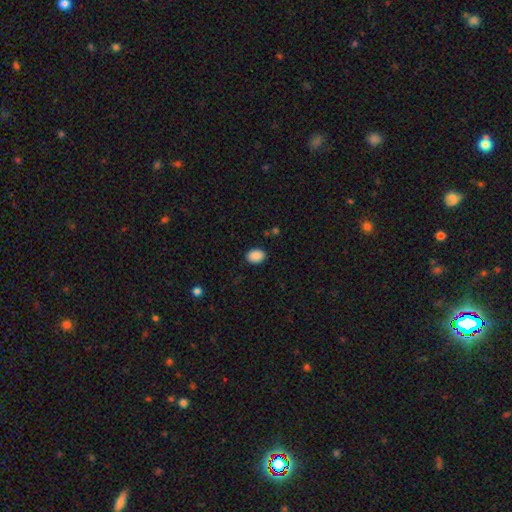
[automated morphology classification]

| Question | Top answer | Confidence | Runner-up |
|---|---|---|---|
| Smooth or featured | smooth | 89% | star or artifact (8%) |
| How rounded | in between | 70% | round (29%) |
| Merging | none | 89% | minor disturbance (8%) |